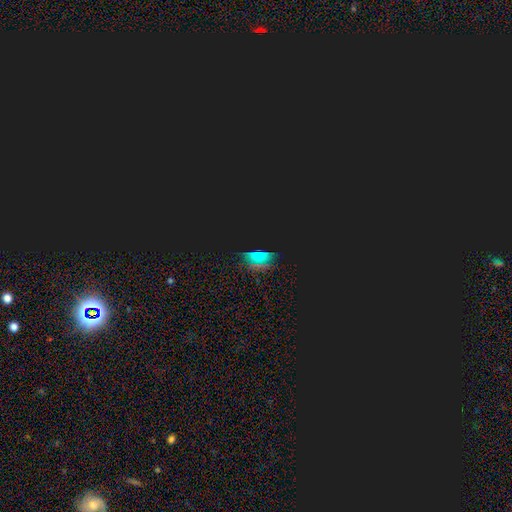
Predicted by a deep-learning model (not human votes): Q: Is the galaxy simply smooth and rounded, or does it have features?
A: star or artifact — 70%.